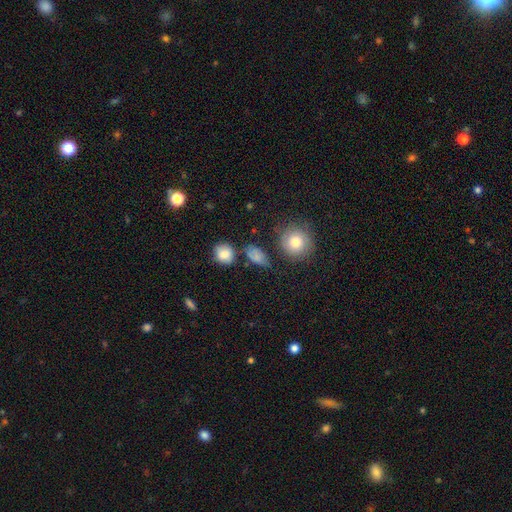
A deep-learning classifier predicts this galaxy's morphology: Smooth or featured?
  - smooth: 77% *
  - featured or disk: 12%
  - star or artifact: 11%
How rounded?
  - in between: 68% *
  - round: 28%
  - cigar-shaped: 4%
Merging?
  - none: 61% *
  - minor disturbance: 24%
  - major disturbance: 8%
  - merger: 7%